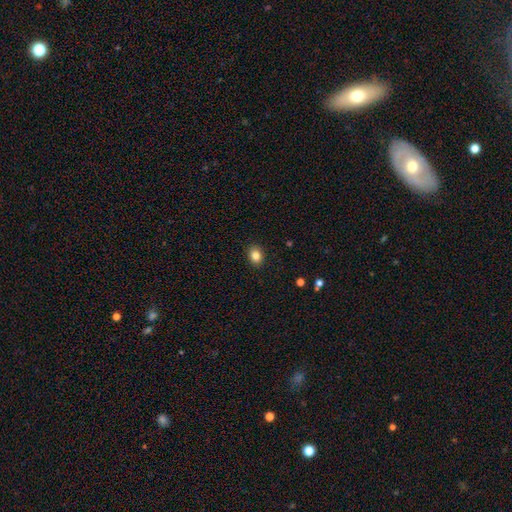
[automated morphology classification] Smooth or featured: smooth — 84% (star or artifact — 10%)
How rounded: in between — 57% (round — 42%)
Merging: none — 90% (minor disturbance — 7%)